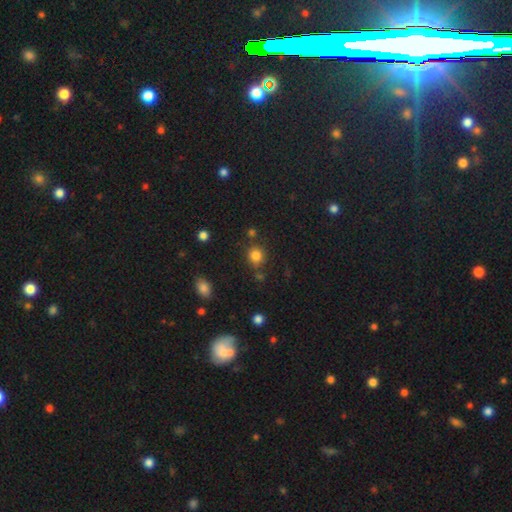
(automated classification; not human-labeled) This is clearly a smooth galaxy (82%). How rounded: clearly round (82%). Merging: likely none (76%).